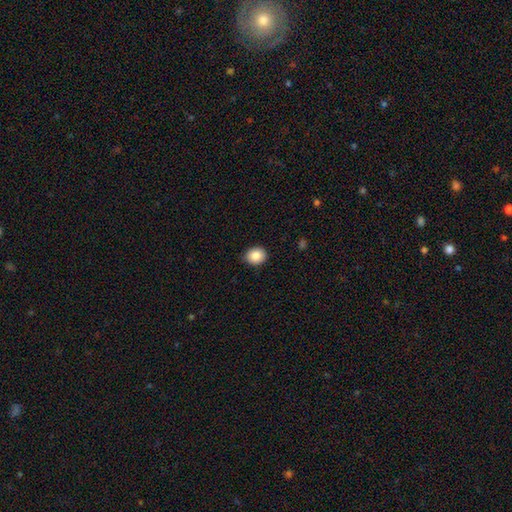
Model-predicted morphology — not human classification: This is clearly a smooth galaxy (87%). How rounded: likely round (70%). Merging: clearly none (87%).